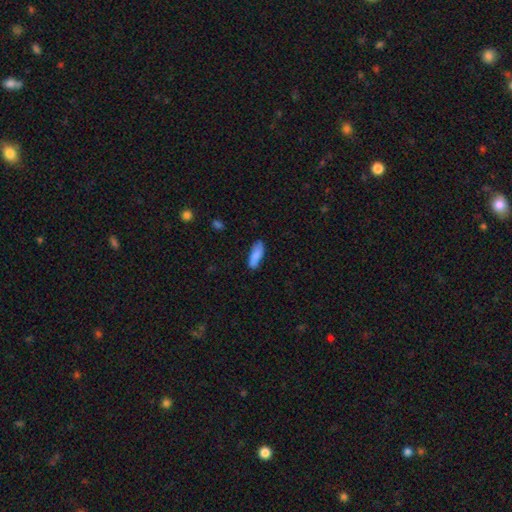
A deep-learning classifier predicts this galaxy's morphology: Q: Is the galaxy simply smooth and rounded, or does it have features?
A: smooth — 85%.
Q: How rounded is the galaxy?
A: in between — 61%.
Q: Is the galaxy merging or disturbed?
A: none — 78%.